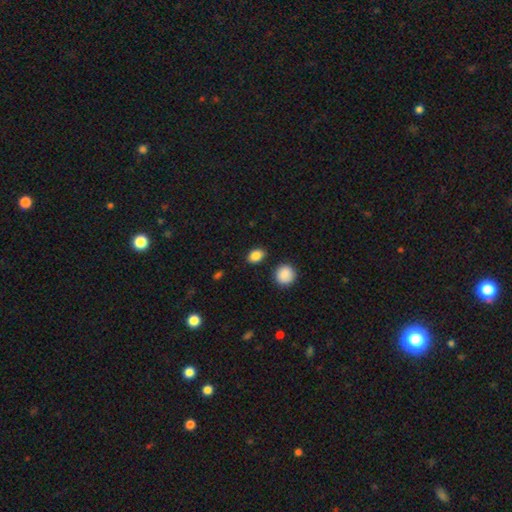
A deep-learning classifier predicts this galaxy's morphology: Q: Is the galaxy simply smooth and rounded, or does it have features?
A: smooth — 86%.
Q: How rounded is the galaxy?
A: in between — 72%.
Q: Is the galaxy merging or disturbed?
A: none — 85%.